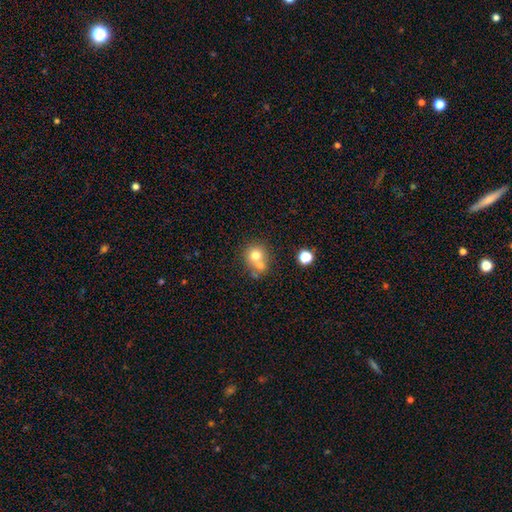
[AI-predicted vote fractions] smooth 72%, featured or disk 16%, star or artifact 12%. Down the decision tree: how rounded — round (80%); merging — merger (43%).